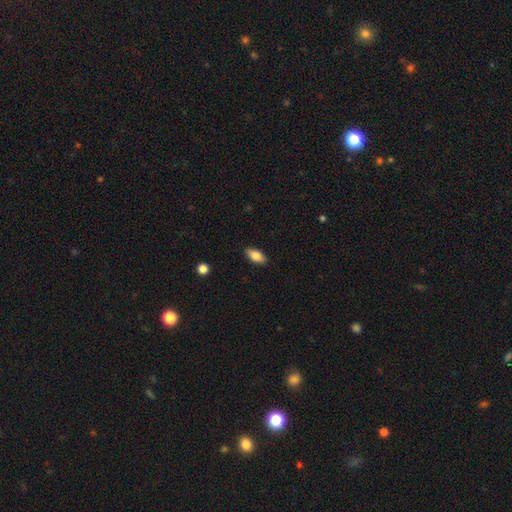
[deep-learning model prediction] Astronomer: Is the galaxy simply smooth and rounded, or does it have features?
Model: smooth — 79%.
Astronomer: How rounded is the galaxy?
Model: in between — 88%.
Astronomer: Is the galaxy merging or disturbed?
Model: none — 88%.